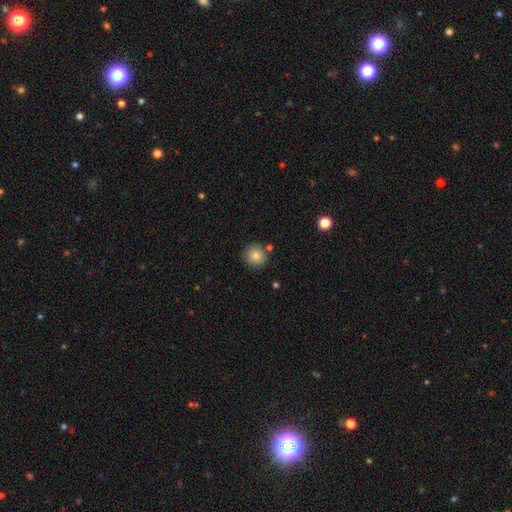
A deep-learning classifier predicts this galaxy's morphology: smooth_or_featured: smooth (p=0.81) [alt: star or artifact p=0.10]
how_rounded: round (p=0.92) [alt: in between p=0.07]
merging: none (p=0.81) [alt: minor disturbance p=0.10]